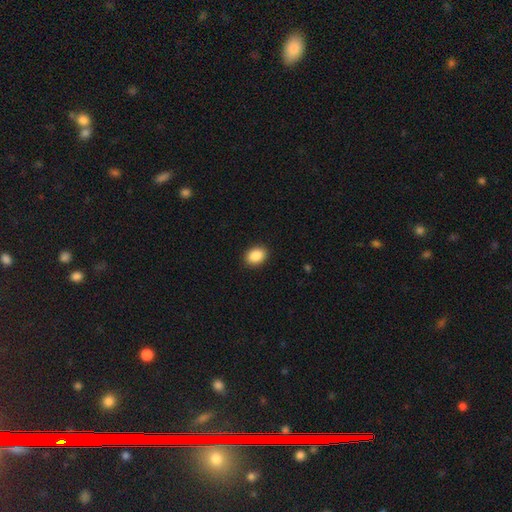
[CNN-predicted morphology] Q: Smooth or featured?
A: smooth (89%); runner-up: star or artifact (8%)
Q: How rounded?
A: in between (68%); runner-up: round (31%)
Q: Merging?
A: none (91%); runner-up: minor disturbance (7%)